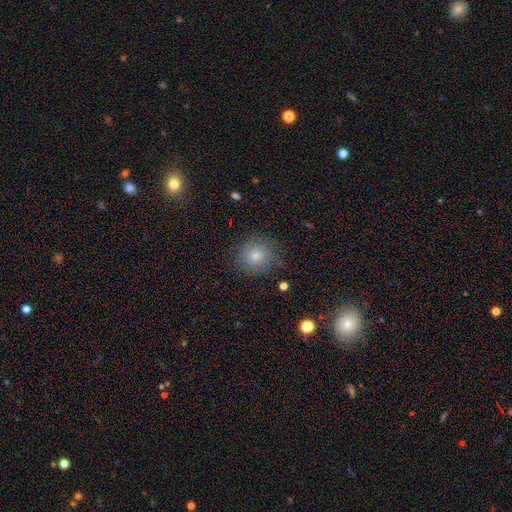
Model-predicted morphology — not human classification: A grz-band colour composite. It shows a smooth galaxy with no disk features (72%) that is round (92%). Merging: none (88%).